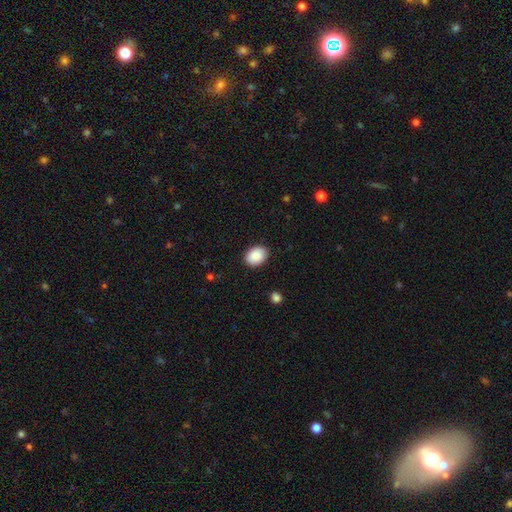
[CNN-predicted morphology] Q: Smooth or featured?
A: smooth (89%); runner-up: star or artifact (7%)
Q: How rounded?
A: in between (71%); runner-up: round (28%)
Q: Merging?
A: none (88%); runner-up: minor disturbance (8%)